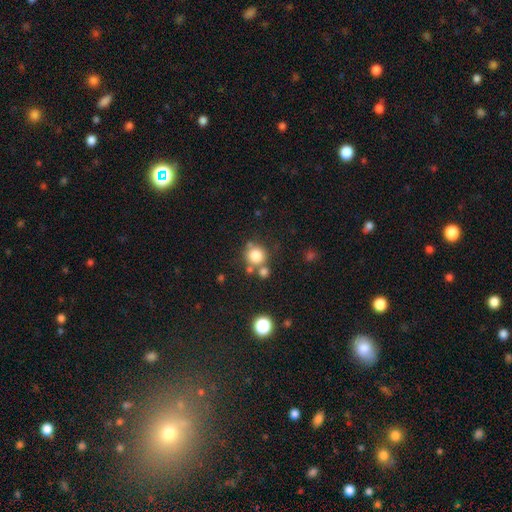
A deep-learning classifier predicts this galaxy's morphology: This is clearly a smooth galaxy (80%). How rounded: clearly round (90%). Merging: likely none (64%).